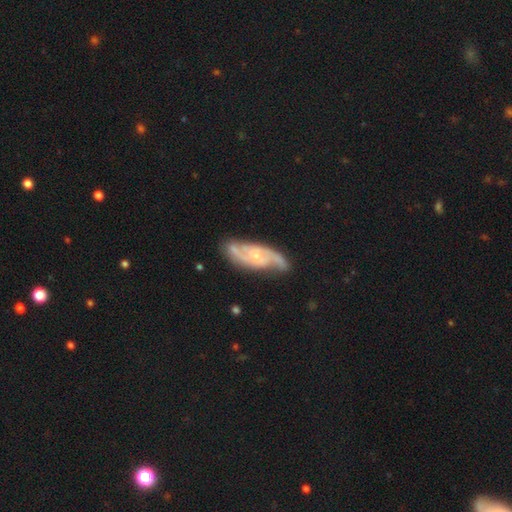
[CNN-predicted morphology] A featured or disk galaxy (85%) with no bar (49%), 2 (79%) medium (51%) spiral arms (96%) and a small central bulge (65%).

Vote fractions:
- Smooth or featured? featured or disk: 85% / smooth: 10% / star or artifact: 5%
- Edge-on disk? no: 91% / yes: 9%
- Bar? no: 49% / weak: 41% / strong: 10%
- Spiral arms? yes: 96% / no: 4%
- Spiral winding? medium: 51% / tight: 30% / loose: 19%
- Spiral arm count? 2: 79% / can't tell: 8% / 3: 8% / 1: 2% / 4: 2% / more than 4: 2%
- Bulge size? small: 65% / moderate: 28% / none: 5% / large: 2% / dominant: 1%
- Merging? none: 76% / minor disturbance: 17% / major disturbance: 5% / merger: 2%